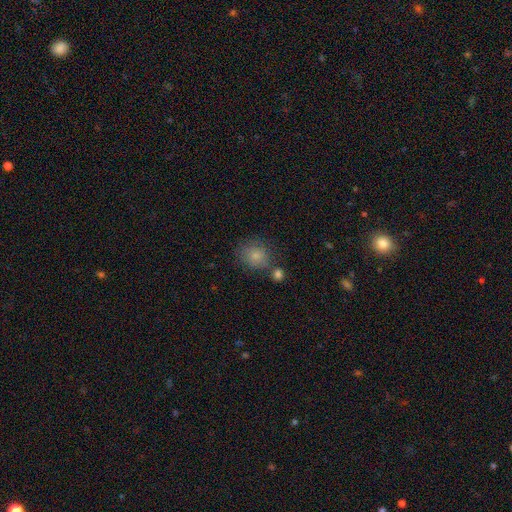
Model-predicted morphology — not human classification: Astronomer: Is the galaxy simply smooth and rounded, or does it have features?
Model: smooth — 82%.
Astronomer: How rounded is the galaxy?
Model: round — 74%.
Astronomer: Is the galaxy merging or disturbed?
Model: none — 62%.